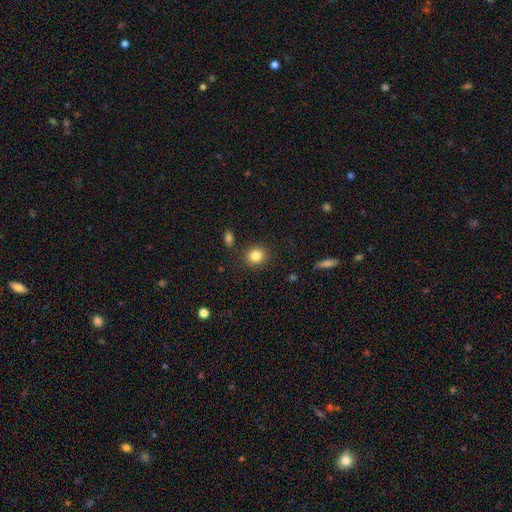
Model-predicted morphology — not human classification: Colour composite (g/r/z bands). It shows a smooth galaxy with no disk features (85%) that is round (78%). Merging: none (86%).